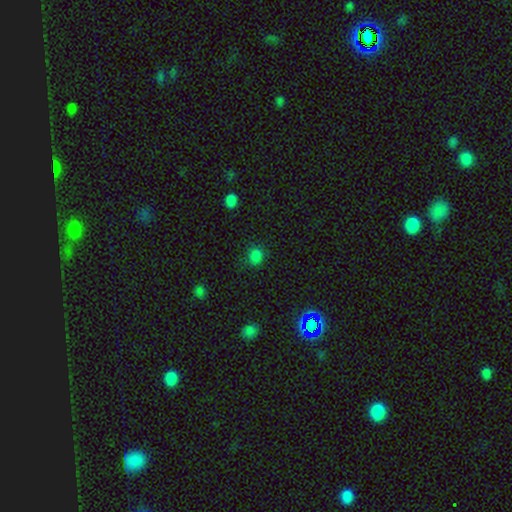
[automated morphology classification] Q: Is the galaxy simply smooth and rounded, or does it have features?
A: smooth — 78%.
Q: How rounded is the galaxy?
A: round — 66%.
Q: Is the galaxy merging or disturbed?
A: none — 80%.